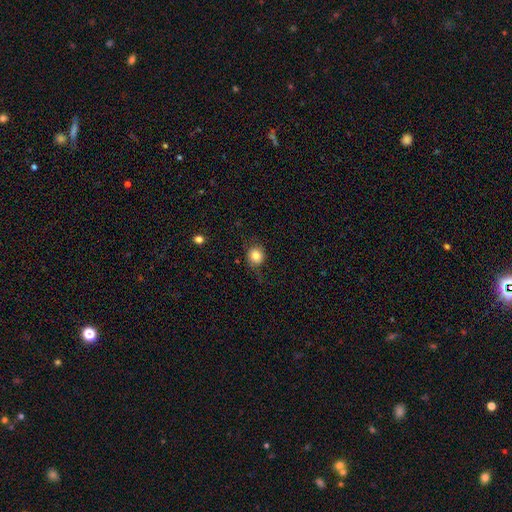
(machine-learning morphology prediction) Q: Smooth or featured?
A: smooth (81%); runner-up: star or artifact (11%)
Q: How rounded?
A: round (85%); runner-up: in between (14%)
Q: Merging?
A: none (74%); runner-up: minor disturbance (18%)